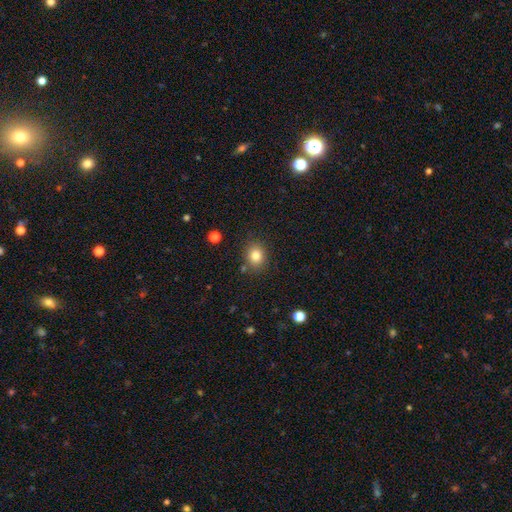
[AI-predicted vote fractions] This appears to be a smooth galaxy with no disk features (81%) that is round (63%). Merging: none (84%).